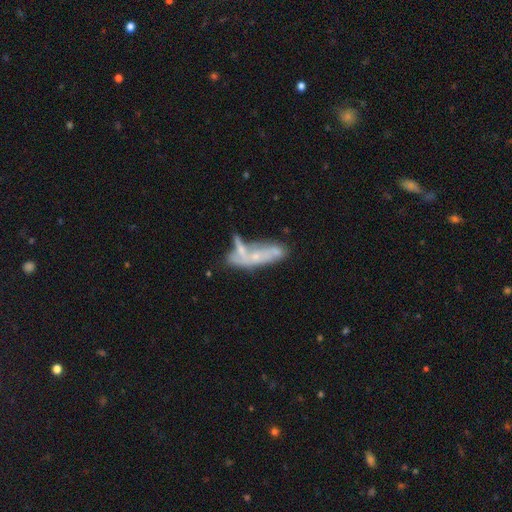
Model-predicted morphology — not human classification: A featured or disk galaxy (56%).

Vote fractions:
- Smooth or featured? featured or disk: 56% / smooth: 33% / star or artifact: 11%
- Edge-on disk? no: 76% / yes: 24%
- Merging? merger: 42% / none: 27% / major disturbance: 16% / minor disturbance: 15%